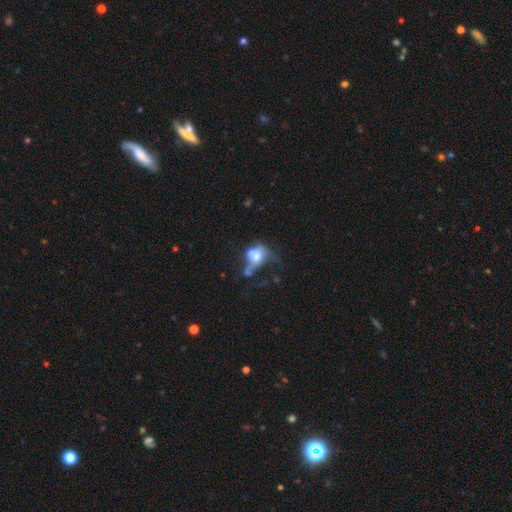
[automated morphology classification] A smooth galaxy with no disk features (52%) that is in between round and cigar-shaped (58%).

Vote fractions:
- Smooth or featured? smooth: 52% / featured or disk: 37% / star or artifact: 11%
- How rounded? in between: 58% / round: 40% / cigar-shaped: 2%
- Merging? major disturbance: 38% / merger: 31% / none: 16% / minor disturbance: 14%